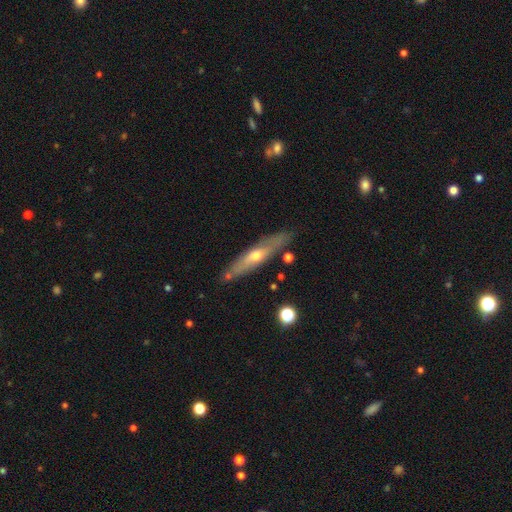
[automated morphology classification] type=featured or disk (59%); edge-on=yes (75%); merging=none (80%).